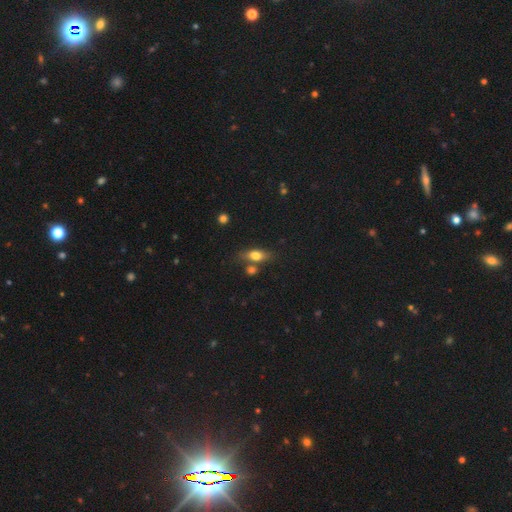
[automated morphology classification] smooth_or_featured: smooth (p=0.71) [alt: featured or disk p=0.20]
how_rounded: in between (p=0.73) [alt: cigar-shaped p=0.19]
merging: none (p=0.61) [alt: merger p=0.18]